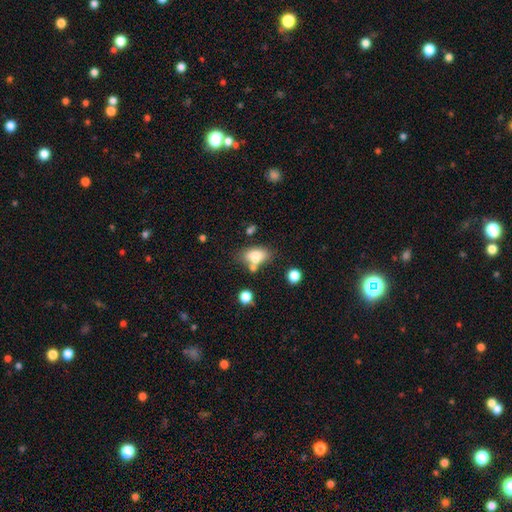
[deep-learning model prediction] A smooth galaxy with no disk features (74%) that is in between round and cigar-shaped (85%). Merging: none (51%).